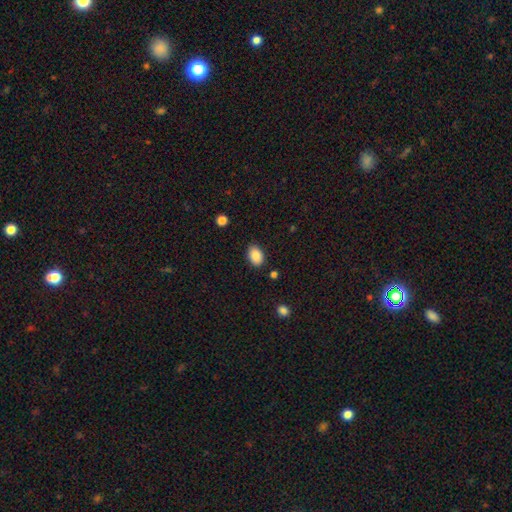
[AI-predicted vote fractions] This appears to be a smooth galaxy with no disk features (87%) that is in between round and cigar-shaped (81%). Merging: none (86%).